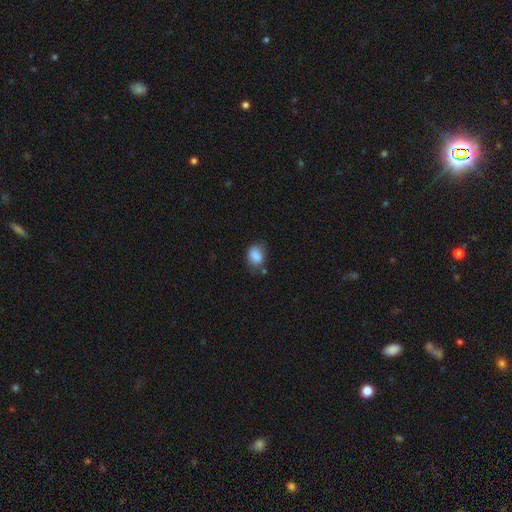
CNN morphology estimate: type=smooth (85%); roundness=in between (67%); merging=none (55%).